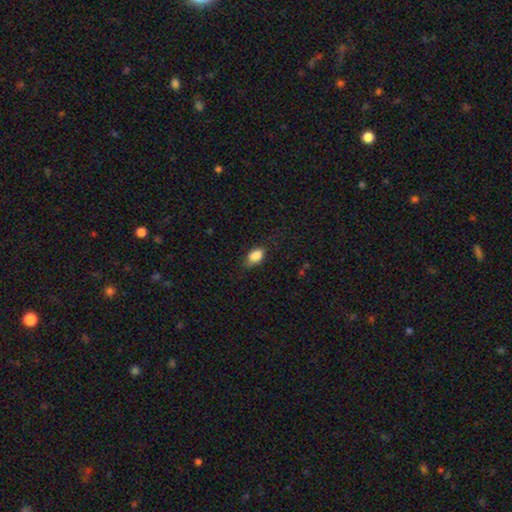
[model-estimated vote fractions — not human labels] This appears to be a smooth galaxy with no disk features (86%) that is in between round and cigar-shaped (87%). Merging: none (65%).